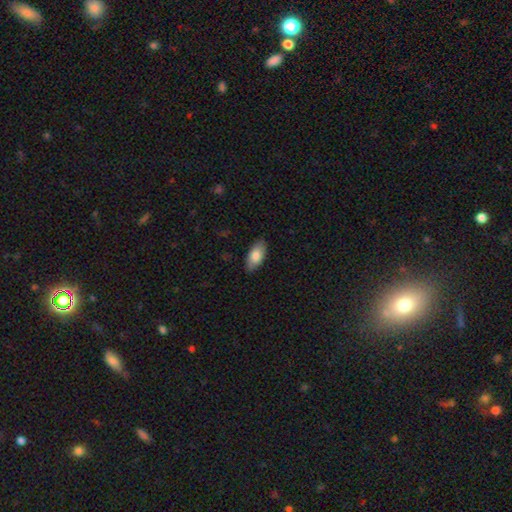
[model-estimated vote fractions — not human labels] Morphology: type=smooth (80%); roundness=in between (93%); merging=none (87%).